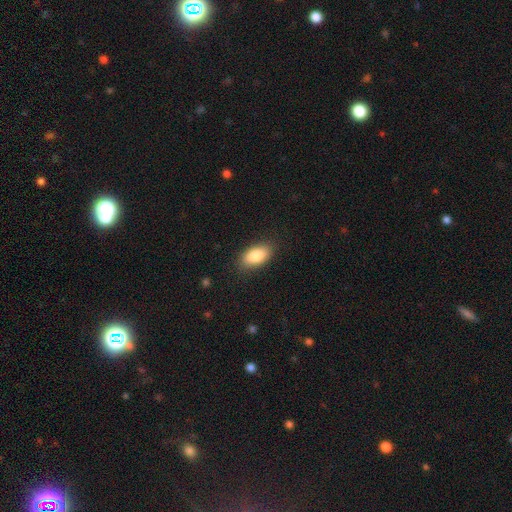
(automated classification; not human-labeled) Smooth or featured? smooth (85%)
How rounded? in between (92%)
Merging? none (86%)